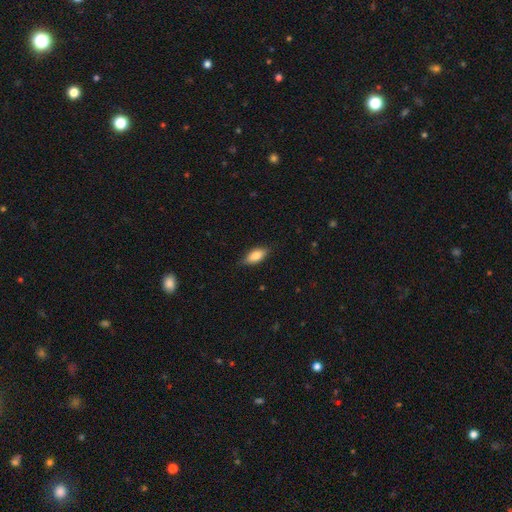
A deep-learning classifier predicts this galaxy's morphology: Smooth or featured?
  - smooth: 81% *
  - featured or disk: 12%
  - star or artifact: 7%
How rounded?
  - in between: 84% *
  - cigar-shaped: 13%
  - round: 3%
Merging?
  - none: 82% *
  - minor disturbance: 15%
  - major disturbance: 3%
  - merger: 1%